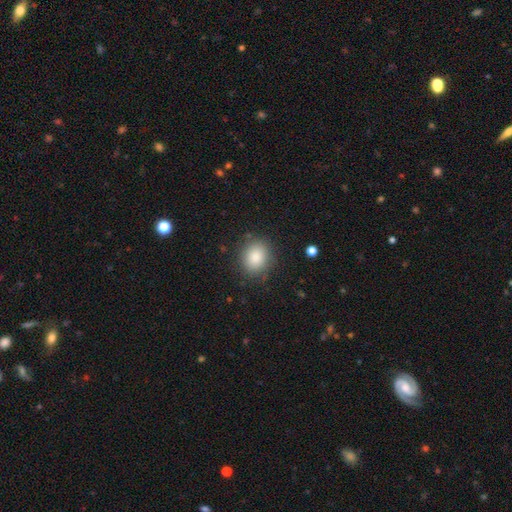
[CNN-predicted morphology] Smooth or featured?
  - smooth: 85% *
  - star or artifact: 9%
  - featured or disk: 5%
How rounded?
  - round: 63% *
  - in between: 36%
  - cigar-shaped: 1%
Merging?
  - none: 85% *
  - minor disturbance: 10%
  - major disturbance: 3%
  - merger: 1%